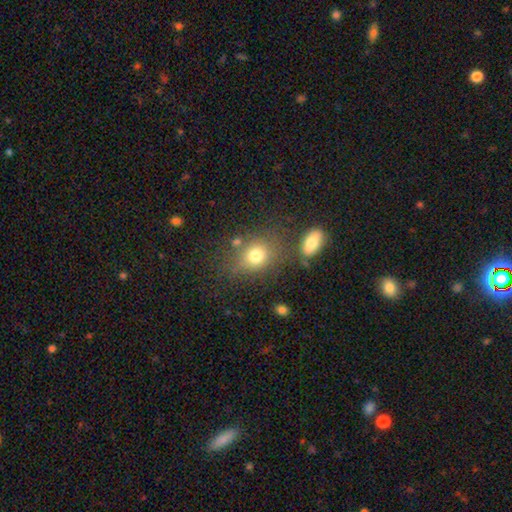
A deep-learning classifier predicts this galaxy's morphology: Overall: smooth (76%). How rounded: round (53%; in between 45%). Merging: none (68%).